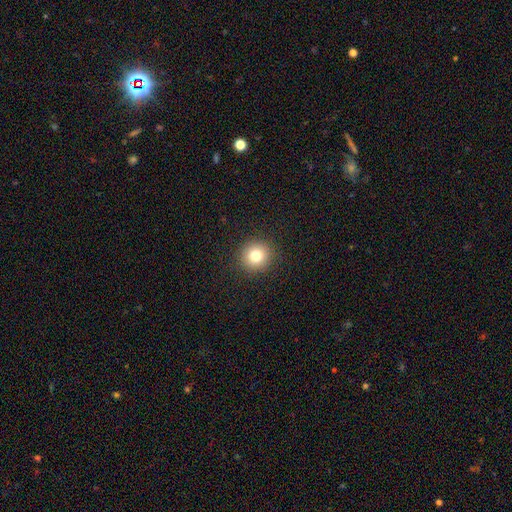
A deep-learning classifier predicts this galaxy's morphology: This appears to be a smooth galaxy with no disk features (79%) that is round (93%). Merging: none (91%).